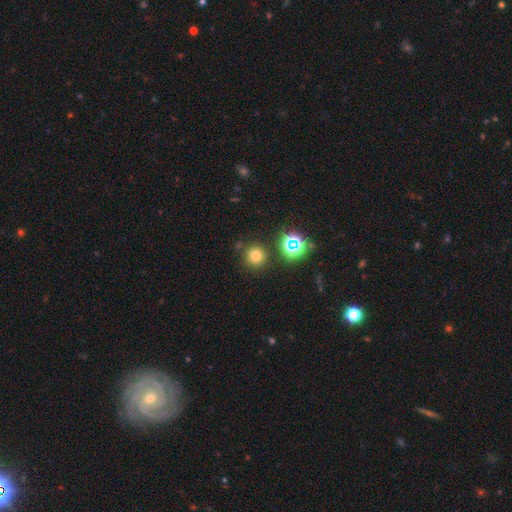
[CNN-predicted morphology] A smooth galaxy with no disk features (70%) that is round (94%). Merging: none (84%).